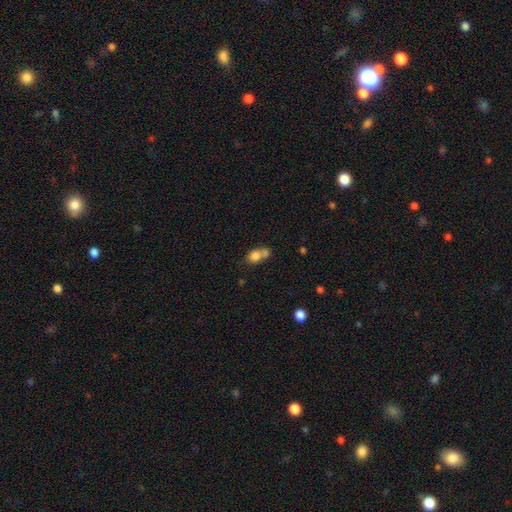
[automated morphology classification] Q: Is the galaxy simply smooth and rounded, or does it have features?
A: smooth — 76%.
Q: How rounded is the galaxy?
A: round — 56%.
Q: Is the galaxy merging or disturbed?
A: merger — 57%.